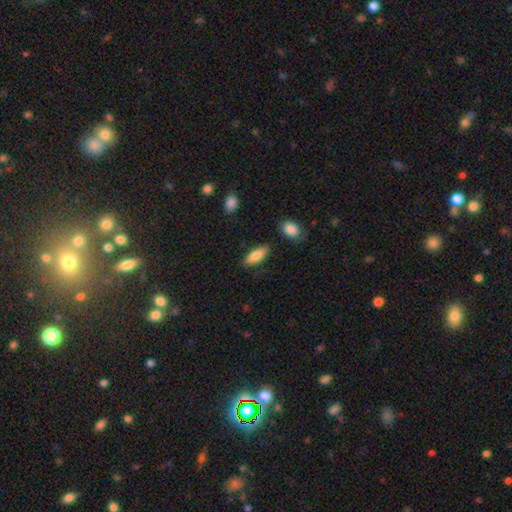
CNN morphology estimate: This appears to be a smooth galaxy with no disk features (84%) that is in between round and cigar-shaped (78%). Merging: none (83%).